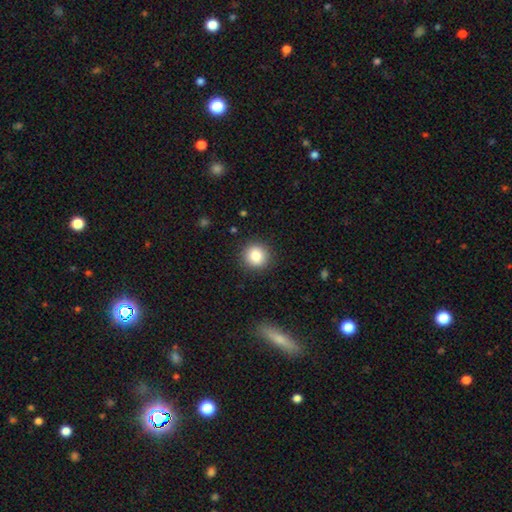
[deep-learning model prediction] This appears to be a smooth galaxy with no disk features (86%) that is round (93%). Merging: none (90%).